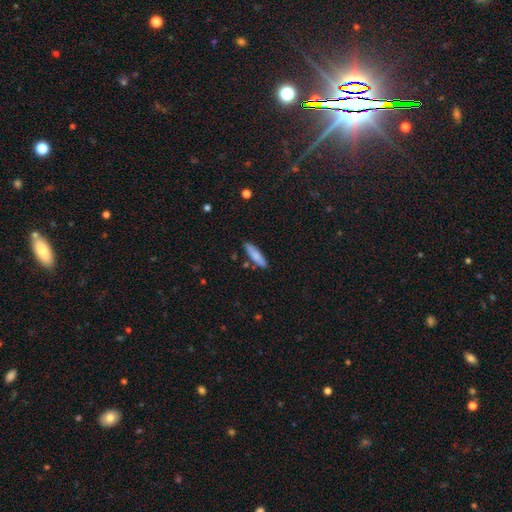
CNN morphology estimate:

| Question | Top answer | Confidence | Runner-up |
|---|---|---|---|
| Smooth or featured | smooth | 80% | featured or disk (14%) |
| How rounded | cigar-shaped | 66% | in between (33%) |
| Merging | none | 81% | minor disturbance (12%) |